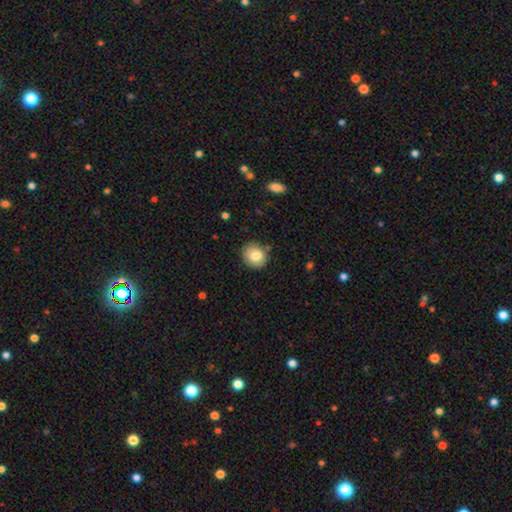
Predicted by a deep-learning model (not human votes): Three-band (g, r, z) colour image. It shows a smooth galaxy with no disk features (80%) that is round (74%). Merging: none (83%).